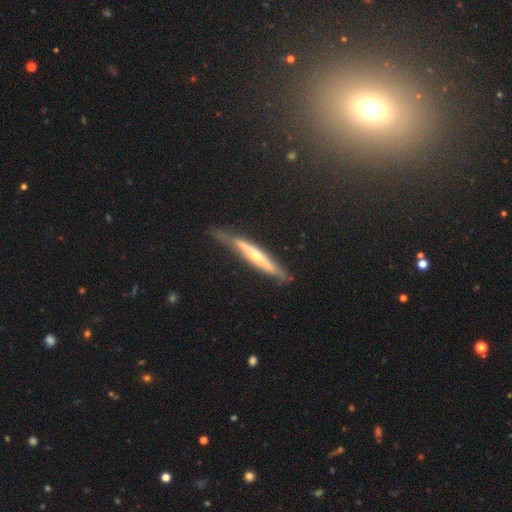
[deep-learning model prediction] Smooth or featured? Predicted: featured or disk (p=0.70). Edge-on disk? Predicted: yes (p=0.91). Edge-on bulge? Predicted: rounded (p=0.79). Merging? Predicted: none (p=0.70).